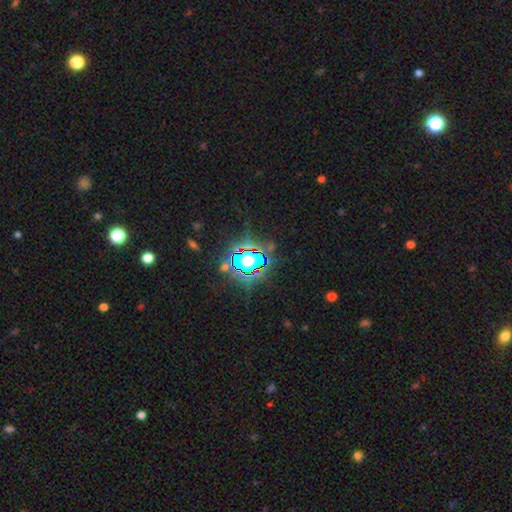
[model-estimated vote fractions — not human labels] Smooth or featured? star or artifact (81%)